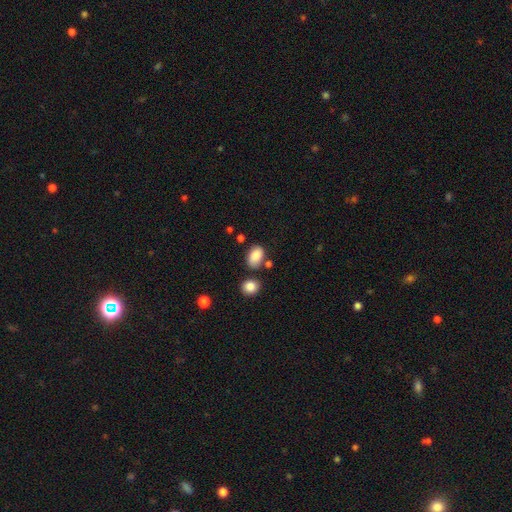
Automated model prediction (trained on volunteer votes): smooth-or-featured: smooth: 86% | star or artifact: 9% | featured or disk: 6%
  how-rounded: in between: 86% | round: 12% | cigar-shaped: 1%
  merging: none: 70% | minor disturbance: 17% | merger: 9% | major disturbance: 4%